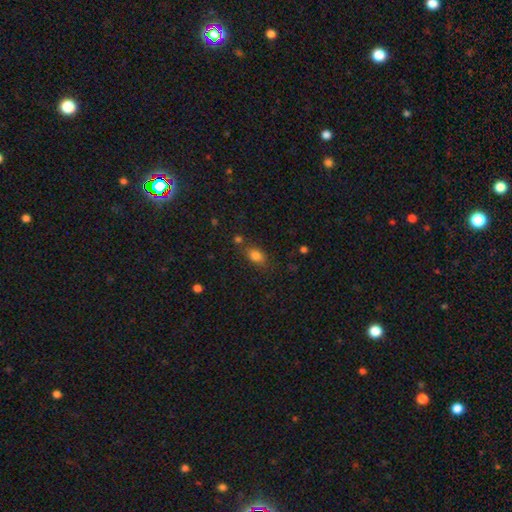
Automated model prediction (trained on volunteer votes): Smooth or featured: smooth — 81% (star or artifact — 12%)
How rounded: in between — 78% (round — 19%)
Merging: none — 70% (minor disturbance — 16%)